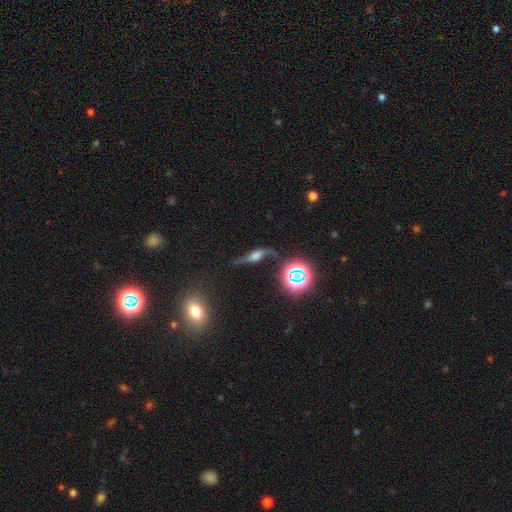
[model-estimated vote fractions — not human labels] This is likely a featured or disk galaxy (65%). It is likely not viewed edge-on (62%). Merging: possibly none (56%).